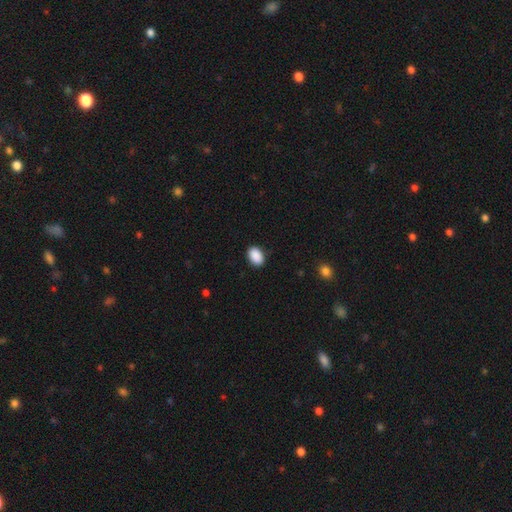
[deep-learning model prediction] Smooth or featured?
  - smooth: 91% *
  - star or artifact: 7%
  - featured or disk: 2%
How rounded?
  - in between: 82% *
  - round: 17%
  - cigar-shaped: 1%
Merging?
  - none: 89% *
  - minor disturbance: 9%
  - major disturbance: 2%
  - merger: 1%